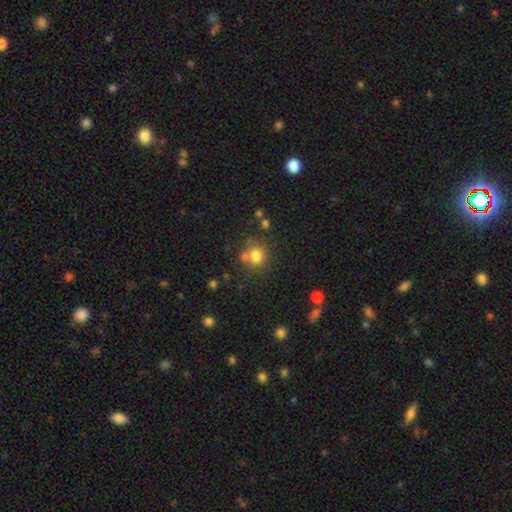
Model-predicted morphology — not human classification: Smooth or featured? Predicted: smooth (p=0.78). How rounded? Predicted: round (p=0.83). Merging? Predicted: none (p=0.64).